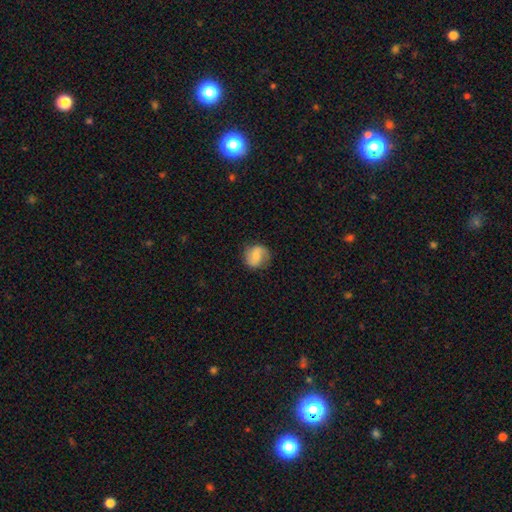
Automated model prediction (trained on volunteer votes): Smooth or featured: smooth — 54% (featured or disk — 38%)
How rounded: round — 78% (in between — 20%)
Merging: none — 77% (minor disturbance — 16%)